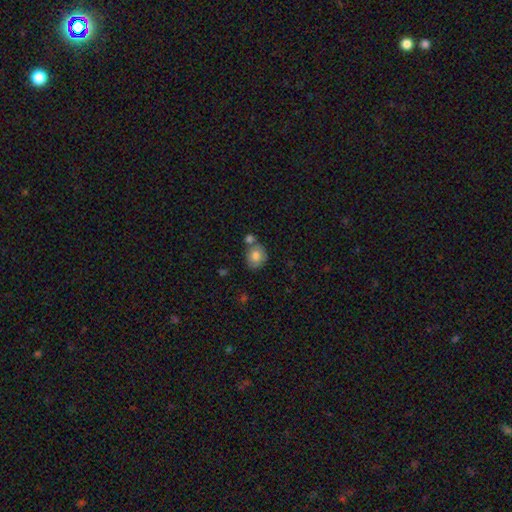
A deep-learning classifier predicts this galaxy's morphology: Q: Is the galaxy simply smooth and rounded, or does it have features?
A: smooth — 79%.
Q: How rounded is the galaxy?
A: round — 64%.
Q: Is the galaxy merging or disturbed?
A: none — 56%.